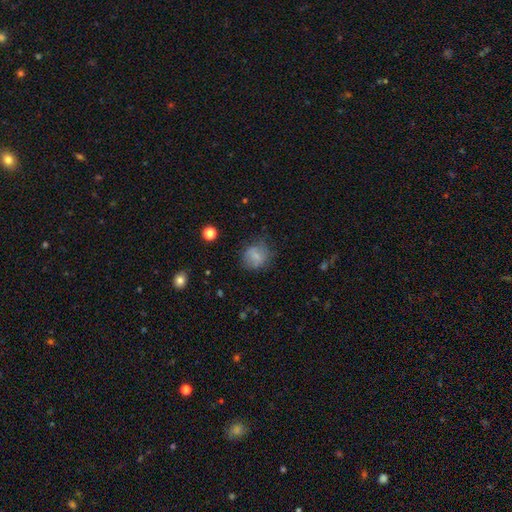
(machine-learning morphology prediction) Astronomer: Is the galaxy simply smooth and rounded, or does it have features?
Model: smooth — 72%.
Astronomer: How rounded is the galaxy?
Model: round — 77%.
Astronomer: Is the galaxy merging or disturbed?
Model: none — 66%.